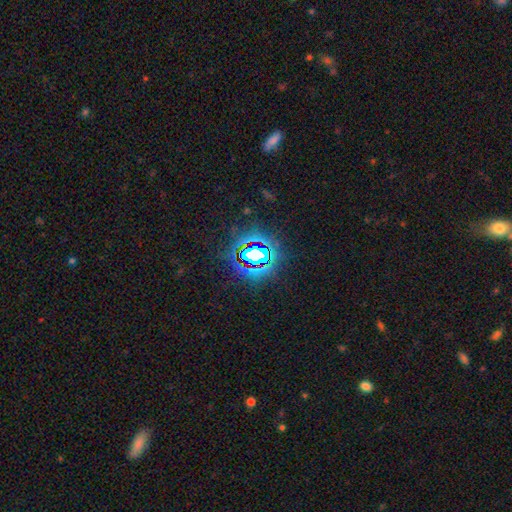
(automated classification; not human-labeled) This appears to be a star or artifact, not a galaxy (78%).